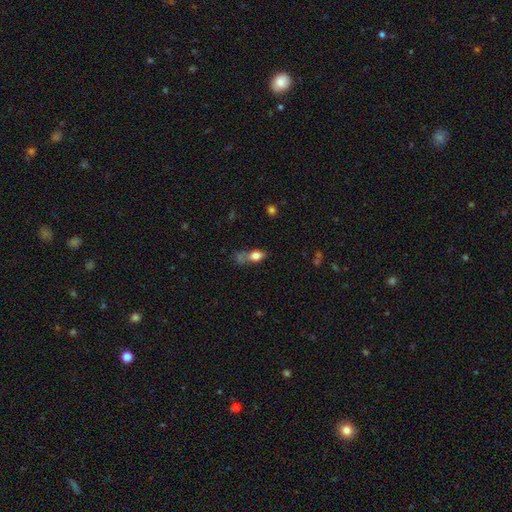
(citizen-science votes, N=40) Overall: smooth (82%). How rounded: in between (85%). Merging: none (49%; minor disturbance 27%).